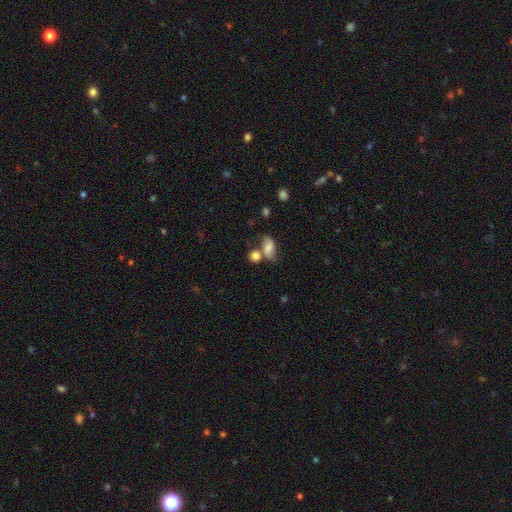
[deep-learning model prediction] This is likely a smooth galaxy (71%). How rounded: possibly round (53%). Merging: marginally none (44%).